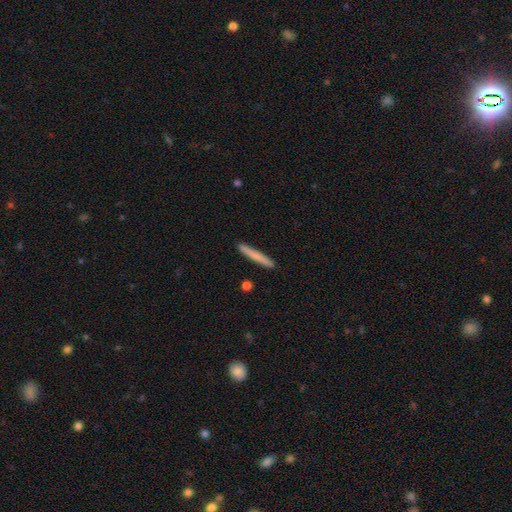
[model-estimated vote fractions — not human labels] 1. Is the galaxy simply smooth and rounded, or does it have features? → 73% smooth, 22% featured or disk, 6% star or artifact.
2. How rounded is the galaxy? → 96% cigar-shaped, 3% in between, 1% round.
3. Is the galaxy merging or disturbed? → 91% none, 6% minor disturbance, 1% merger, 1% major disturbance.